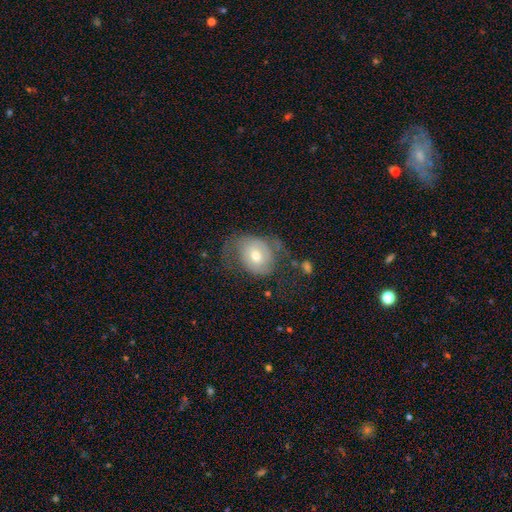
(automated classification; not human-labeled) A featured or disk galaxy (47%).

Vote fractions:
- Smooth or featured? featured or disk: 47% / smooth: 45% / star or artifact: 8%
- Merging? none: 39% / major disturbance: 31% / minor disturbance: 27% / merger: 3%